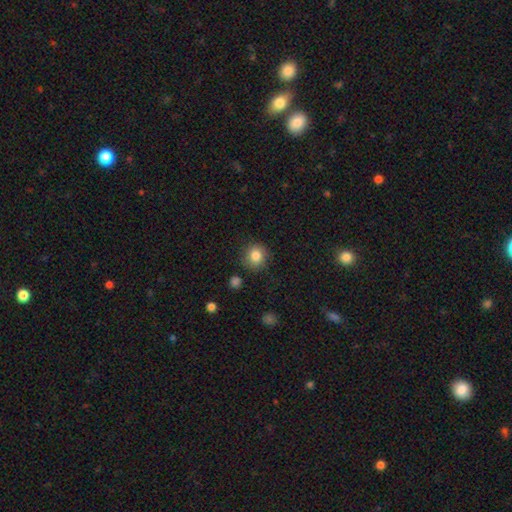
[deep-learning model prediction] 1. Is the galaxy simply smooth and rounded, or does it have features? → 83% smooth, 10% star or artifact, 7% featured or disk.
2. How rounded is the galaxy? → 88% round, 11% in between, 1% cigar-shaped.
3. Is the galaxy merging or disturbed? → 84% none, 11% minor disturbance, 3% major disturbance, 2% merger.